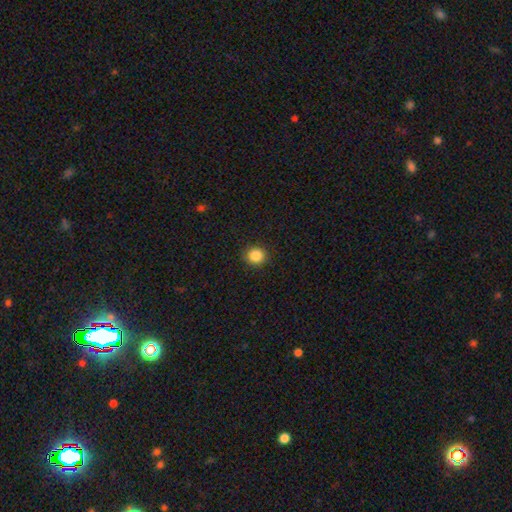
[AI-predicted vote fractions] Overall: smooth (86%). How rounded: round (87%). Merging: none (91%).